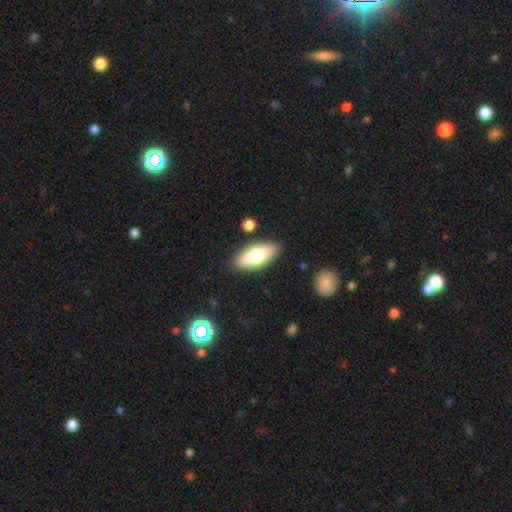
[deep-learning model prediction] Overall: smooth (72%). How rounded: in between (81%). Merging: none (86%).